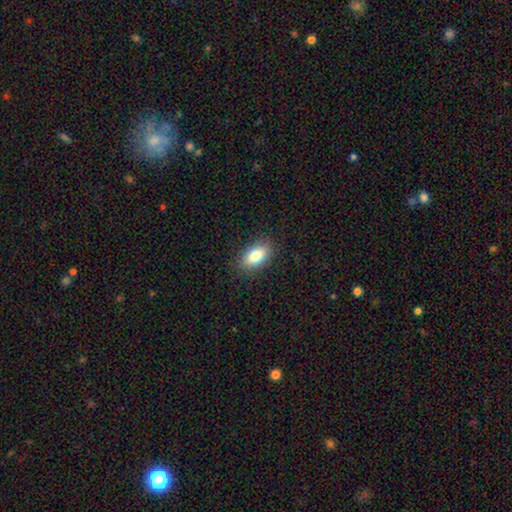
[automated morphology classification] This is clearly a smooth galaxy (80%). How rounded: clearly in between (89%). Merging: clearly none (87%).